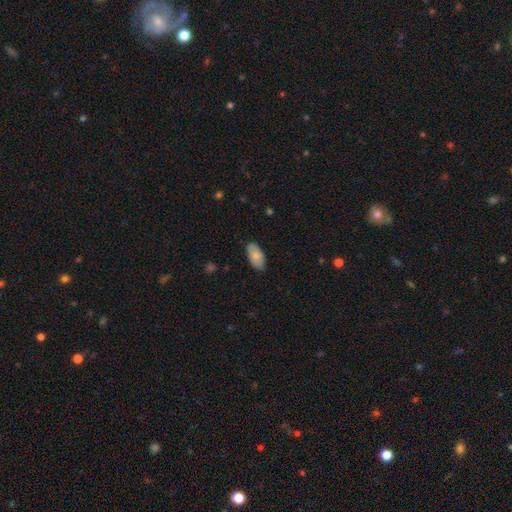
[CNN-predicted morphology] Smooth or featured? Predicted: smooth (p=0.78). How rounded? Predicted: in between (p=0.95). Merging? Predicted: none (p=0.81).